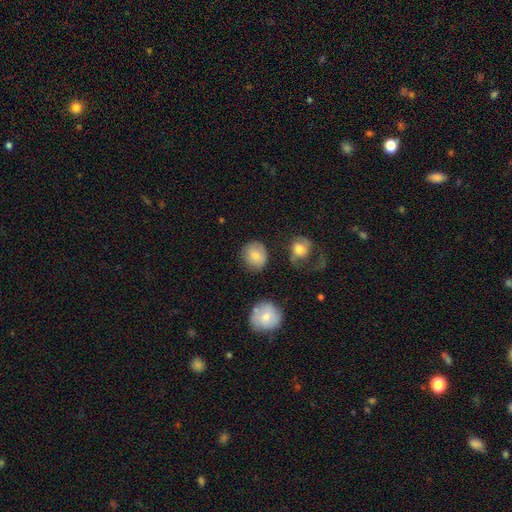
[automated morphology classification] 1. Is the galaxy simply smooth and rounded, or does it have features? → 83% smooth, 10% featured or disk, 8% star or artifact.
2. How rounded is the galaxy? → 81% round, 18% in between, 1% cigar-shaped.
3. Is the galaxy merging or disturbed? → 78% none, 14% minor disturbance, 4% major disturbance, 4% merger.